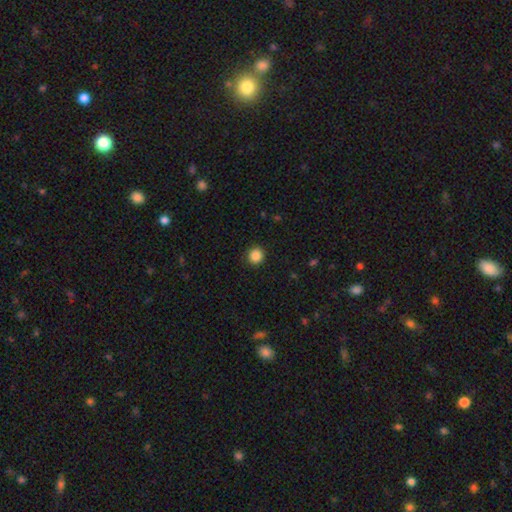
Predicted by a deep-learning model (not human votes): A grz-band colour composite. It shows a smooth galaxy with no disk features (87%) that is round (91%). Merging: none (91%).